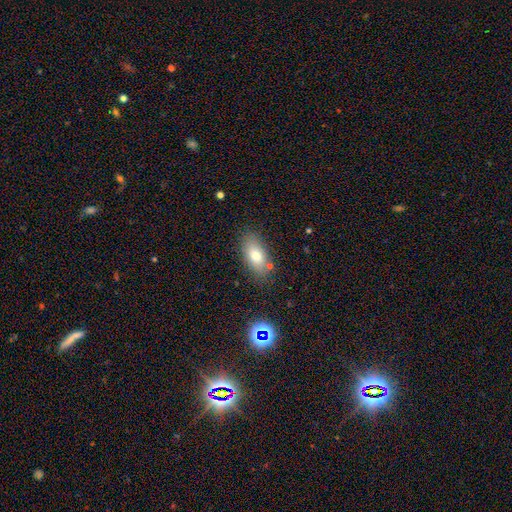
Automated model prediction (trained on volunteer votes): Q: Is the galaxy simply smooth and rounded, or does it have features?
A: smooth — 77%.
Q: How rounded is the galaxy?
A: in between — 88%.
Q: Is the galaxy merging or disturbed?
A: none — 80%.